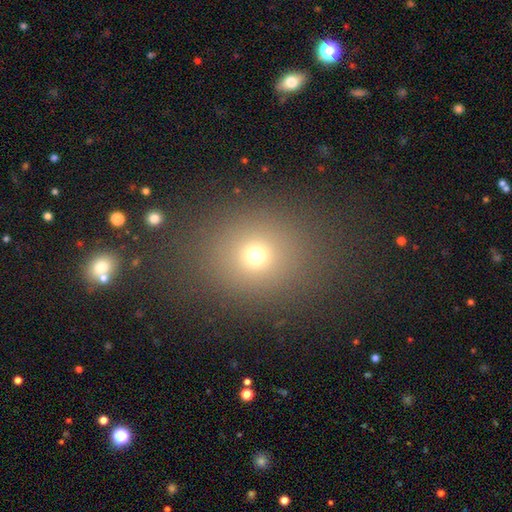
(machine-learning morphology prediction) Smooth or featured? Predicted: smooth (p=0.69). How rounded? Predicted: round (p=0.72). Merging? Predicted: none (p=0.81).